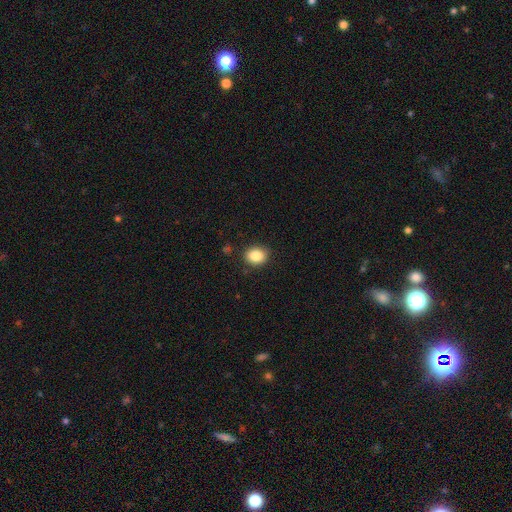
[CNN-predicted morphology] The model was most divided on "how rounded": round: 62%, in between: 37%, cigar-shaped: 1%. More confident: merging — none (87%); smooth or featured — smooth (86%).